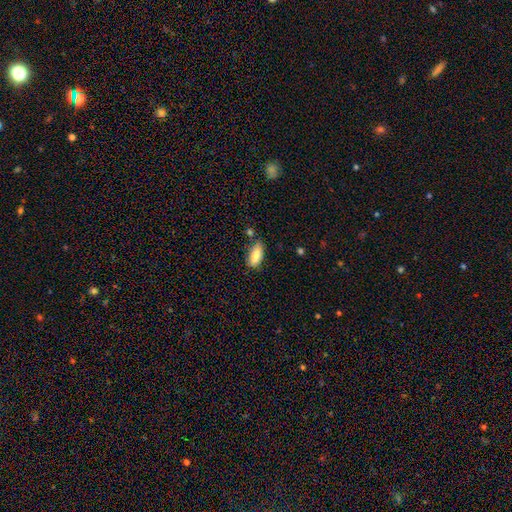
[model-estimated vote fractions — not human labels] Smooth or featured: smooth — 83% (featured or disk — 10%)
How rounded: in between — 87% (cigar-shaped — 11%)
Merging: none — 70% (minor disturbance — 20%)